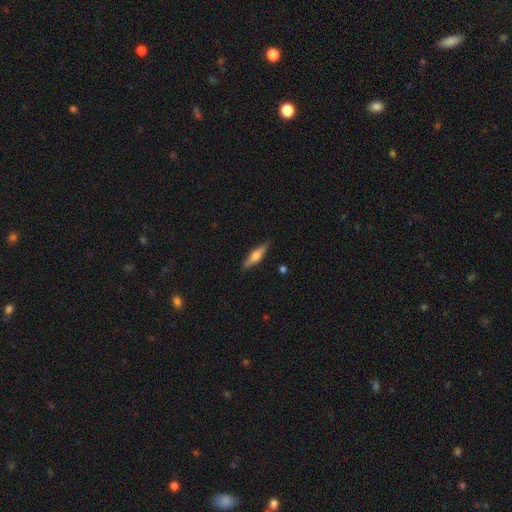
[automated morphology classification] smooth-or-featured: featured or disk: 54% | smooth: 40% | star or artifact: 6%
  disk-edge-on: yes: 95% | no: 5%
    edge-on-bulge: rounded: 90% | boxy: 6% | none: 4%
  merging: none: 88% | minor disturbance: 9% | major disturbance: 2% | merger: 1%